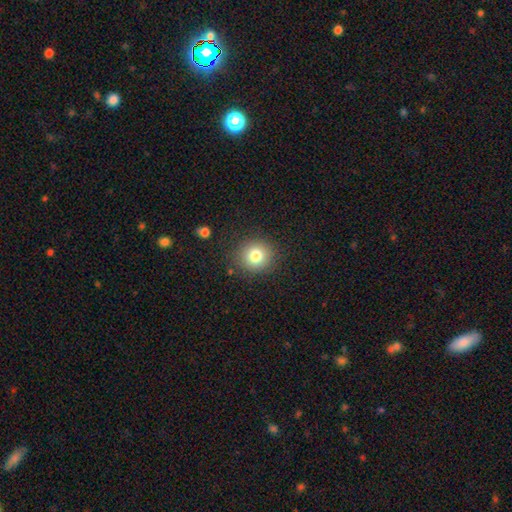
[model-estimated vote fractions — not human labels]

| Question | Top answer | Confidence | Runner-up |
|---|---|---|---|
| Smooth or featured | smooth | 80% | star or artifact (12%) |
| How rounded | round | 89% | in between (10%) |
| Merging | none | 87% | minor disturbance (9%) |